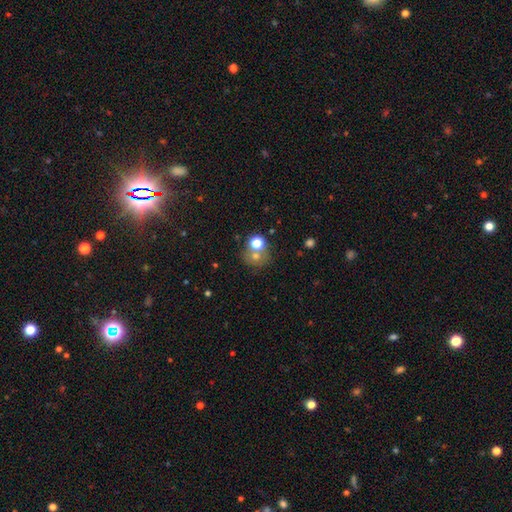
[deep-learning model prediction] Overall: smooth (64%). How rounded: round (82%). Merging: none (51%; merger 34%).